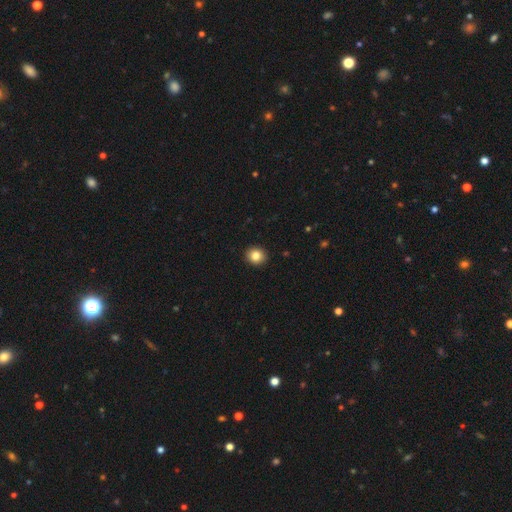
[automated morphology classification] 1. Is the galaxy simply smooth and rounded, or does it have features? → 85% smooth, 10% star or artifact, 5% featured or disk.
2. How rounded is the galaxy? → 80% round, 19% in between, 1% cigar-shaped.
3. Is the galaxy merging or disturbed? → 92% none, 5% minor disturbance, 1% major disturbance, 1% merger.